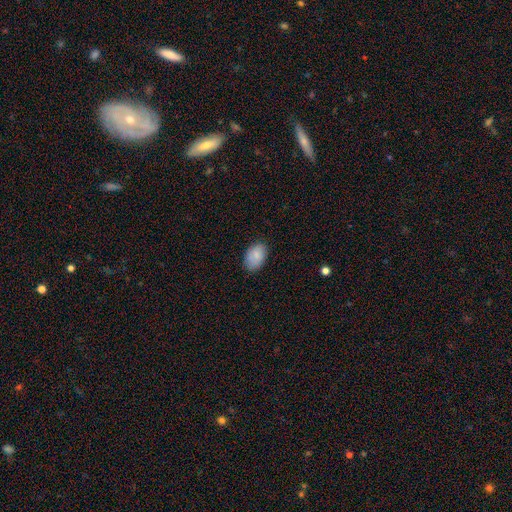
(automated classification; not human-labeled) smooth-or-featured: smooth: 86% | star or artifact: 7% | featured or disk: 7%
  how-rounded: in between: 89% | round: 10% | cigar-shaped: 1%
  merging: none: 82% | minor disturbance: 14% | major disturbance: 3% | merger: 1%